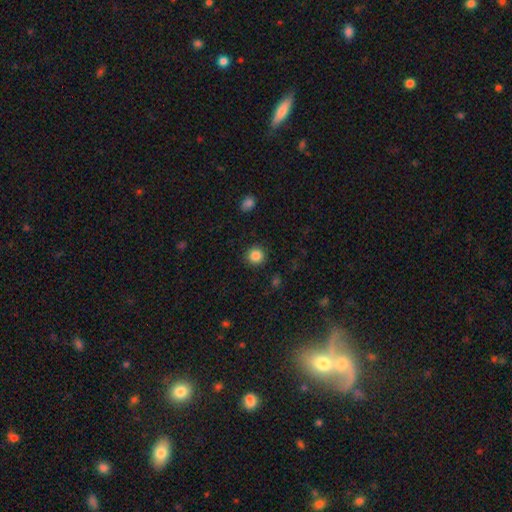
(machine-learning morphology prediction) This is clearly a smooth galaxy (86%). How rounded: clearly round (94%). Merging: clearly none (91%).